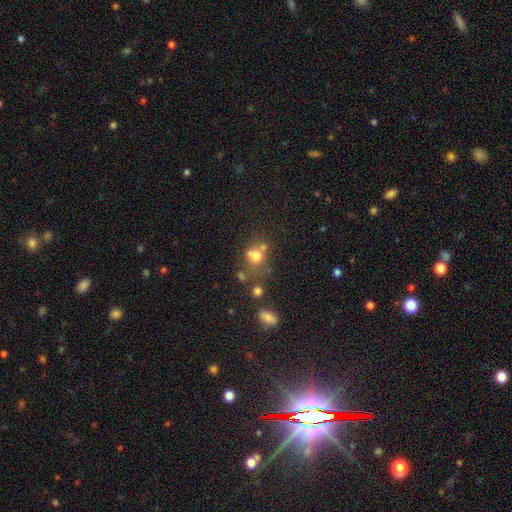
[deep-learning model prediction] Smooth or featured? Predicted: smooth (p=0.67). How rounded? Predicted: round (p=0.73). Merging? Predicted: none (p=0.42).